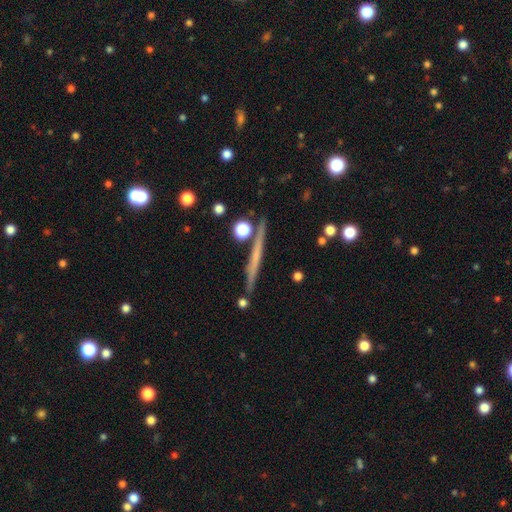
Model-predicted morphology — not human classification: Q: Smooth or featured?
A: featured or disk (55%); runner-up: smooth (38%)
Q: Edge-on disk?
A: yes (97%); runner-up: no (3%)
Q: Edge-on bulge?
A: none (83%); runner-up: rounded (12%)
Q: Merging?
A: none (87%); runner-up: minor disturbance (8%)